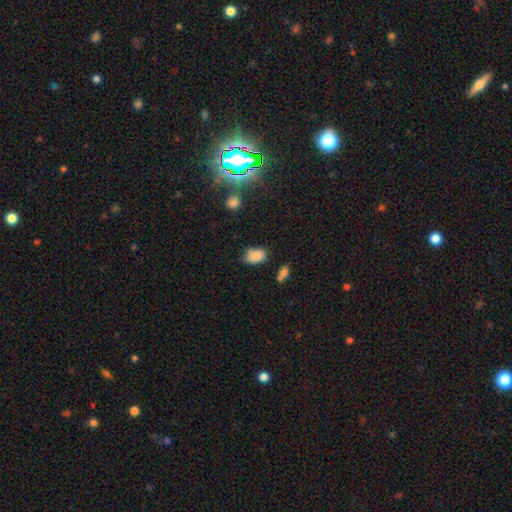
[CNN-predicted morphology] Smooth or featured?
  - smooth: 85% *
  - star or artifact: 9%
  - featured or disk: 6%
How rounded?
  - in between: 87% *
  - round: 11%
  - cigar-shaped: 1%
Merging?
  - none: 66% *
  - minor disturbance: 24%
  - merger: 5%
  - major disturbance: 5%